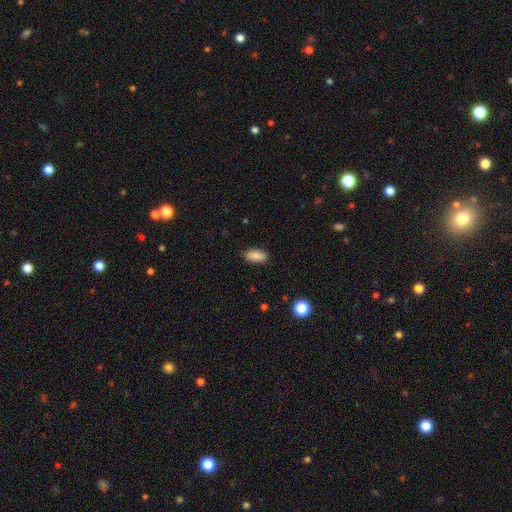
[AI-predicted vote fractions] This appears to be a smooth galaxy with no disk features (87%) that is in between round and cigar-shaped (91%). Merging: none (88%).